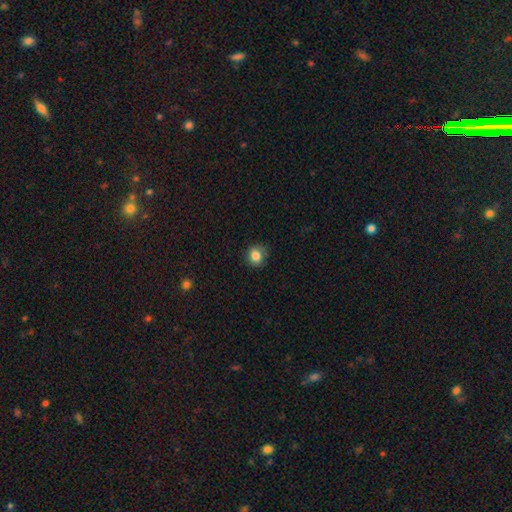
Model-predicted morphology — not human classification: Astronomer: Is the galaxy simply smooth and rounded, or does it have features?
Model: smooth — 84%.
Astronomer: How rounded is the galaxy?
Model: round — 73%.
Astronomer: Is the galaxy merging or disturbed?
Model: none — 81%.